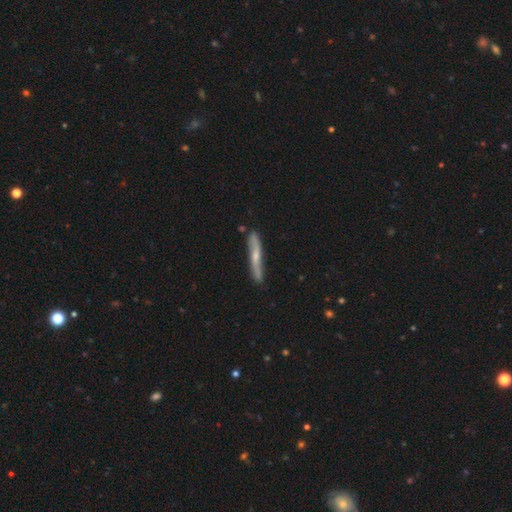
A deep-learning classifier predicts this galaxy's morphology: smooth_or_featured: featured or disk (p=0.57) [alt: smooth p=0.36]
disk_edge_on: yes (p=0.75) [alt: no p=0.25]
merging: none (p=0.80) [alt: minor disturbance p=0.15]